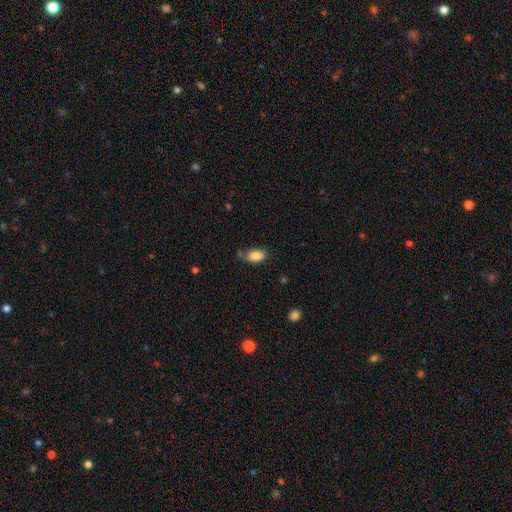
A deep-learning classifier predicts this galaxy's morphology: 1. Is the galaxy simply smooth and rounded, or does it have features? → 86% smooth, 8% star or artifact, 6% featured or disk.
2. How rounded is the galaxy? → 90% in between, 8% round, 2% cigar-shaped.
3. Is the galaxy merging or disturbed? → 62% none, 24% minor disturbance, 8% merger, 6% major disturbance.